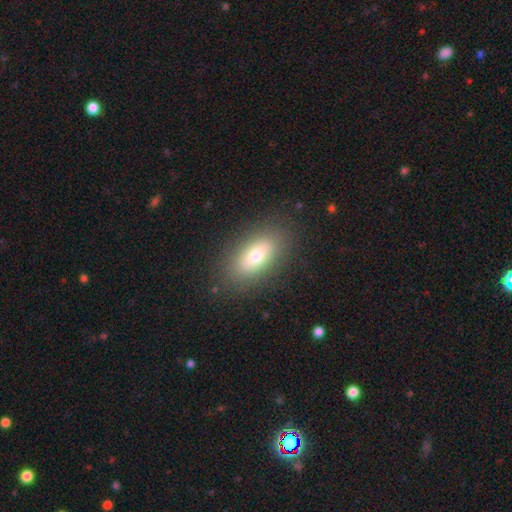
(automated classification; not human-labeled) The model was most divided on "smooth or featured": smooth: 71%, featured or disk: 20%, star or artifact: 9%. More confident: how rounded — in between (87%); merging — none (86%).